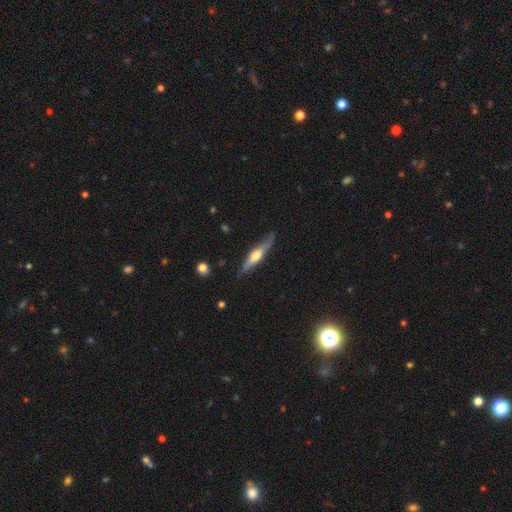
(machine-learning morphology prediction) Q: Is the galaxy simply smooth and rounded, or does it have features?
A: featured or disk — 62%.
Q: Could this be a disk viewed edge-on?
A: yes — 94%.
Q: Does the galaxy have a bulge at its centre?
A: rounded — 86%.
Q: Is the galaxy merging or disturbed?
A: none — 79%.